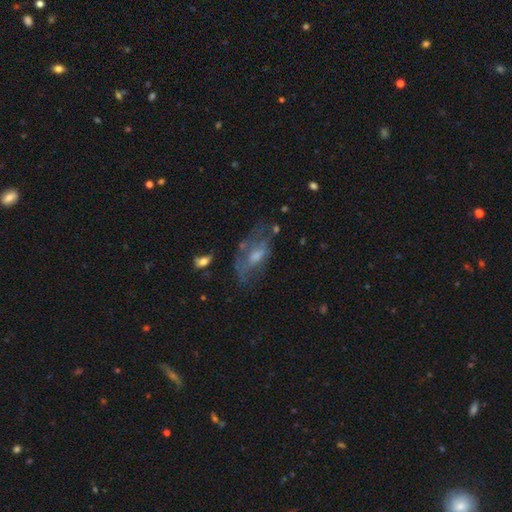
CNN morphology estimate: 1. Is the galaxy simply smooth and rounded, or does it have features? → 58% featured or disk, 30% smooth, 12% star or artifact.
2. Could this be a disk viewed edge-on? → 88% no, 12% yes.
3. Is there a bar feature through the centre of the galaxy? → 59% no, 33% weak, 8% strong.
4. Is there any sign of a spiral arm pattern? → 55% no, 45% yes.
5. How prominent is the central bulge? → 46% moderate, 36% small, 11% none, 7% large, 1% dominant.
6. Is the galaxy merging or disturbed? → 48% none, 24% major disturbance, 24% minor disturbance, 5% merger.